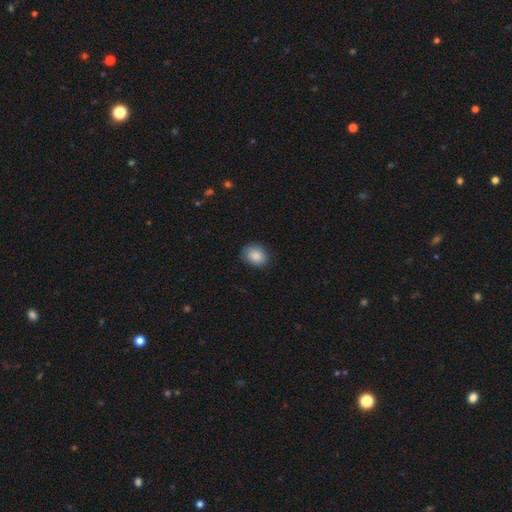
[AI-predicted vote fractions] This is clearly a smooth galaxy (89%). How rounded: possibly in between (59%). Merging: clearly none (83%).